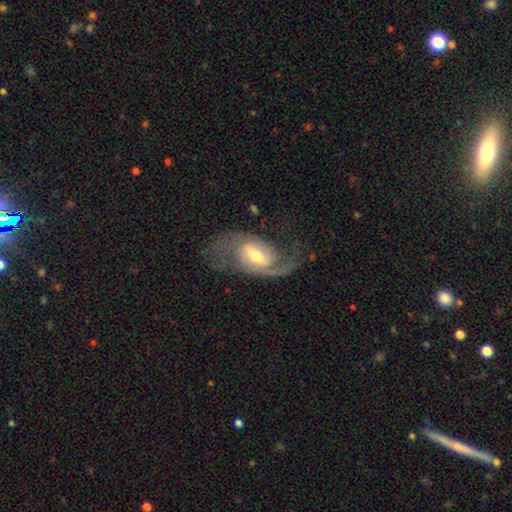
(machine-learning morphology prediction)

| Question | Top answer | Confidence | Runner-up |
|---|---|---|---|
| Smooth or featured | featured or disk | 84% | smooth (11%) |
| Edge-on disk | no | 96% | yes (4%) |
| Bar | weak | 52% | no (26%) |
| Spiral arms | yes | 95% | no (5%) |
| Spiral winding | medium | 44% | loose (42%) |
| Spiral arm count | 2 | 77% | 1 (15%) |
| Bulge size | moderate | 64% | small (23%) |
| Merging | none | 61% | major disturbance (20%) |